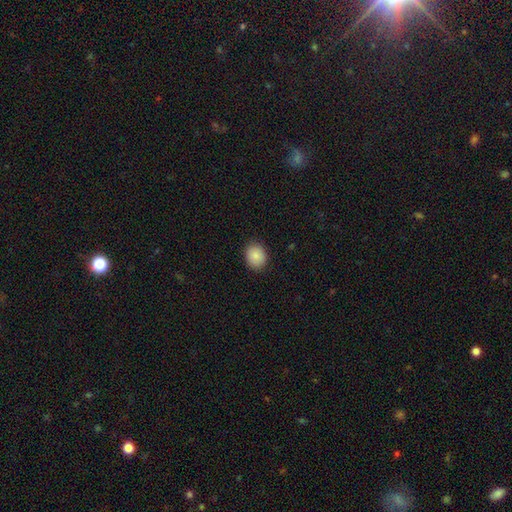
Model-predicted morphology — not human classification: A smooth galaxy with no disk features (86%) that is round (62%). Merging: none (89%).